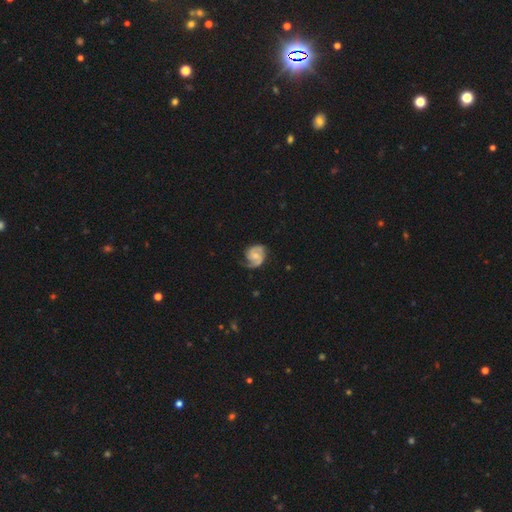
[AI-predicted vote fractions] Q: Smooth or featured?
A: featured or disk (82%); runner-up: smooth (12%)
Q: Edge-on disk?
A: no (98%); runner-up: yes (2%)
Q: Bar?
A: no (47%); runner-up: weak (43%)
Q: Spiral arms?
A: yes (96%); runner-up: no (4%)
Q: Spiral winding?
A: medium (48%); runner-up: tight (35%)
Q: Spiral arm count?
A: 2 (83%); runner-up: 1 (7%)
Q: Bulge size?
A: small (48%); runner-up: moderate (38%)
Q: Merging?
A: none (67%); runner-up: minor disturbance (22%)